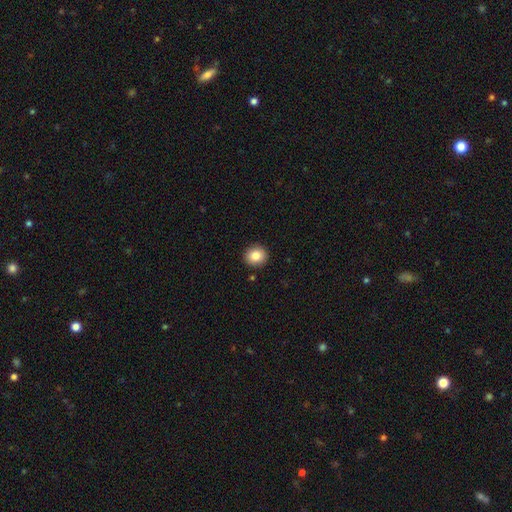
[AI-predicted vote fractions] smooth_or_featured: smooth (p=0.84) [alt: star or artifact p=0.09]
how_rounded: round (p=0.83) [alt: in between p=0.16]
merging: none (p=0.91) [alt: minor disturbance p=0.06]